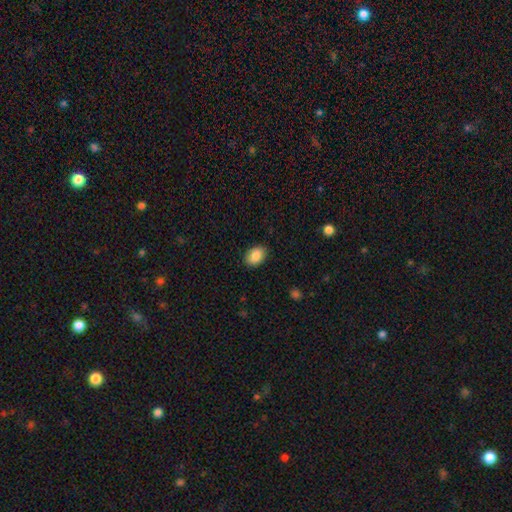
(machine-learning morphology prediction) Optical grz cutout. It shows a smooth galaxy with no disk features (89%) that is in between round and cigar-shaped (79%). Merging: none (87%).